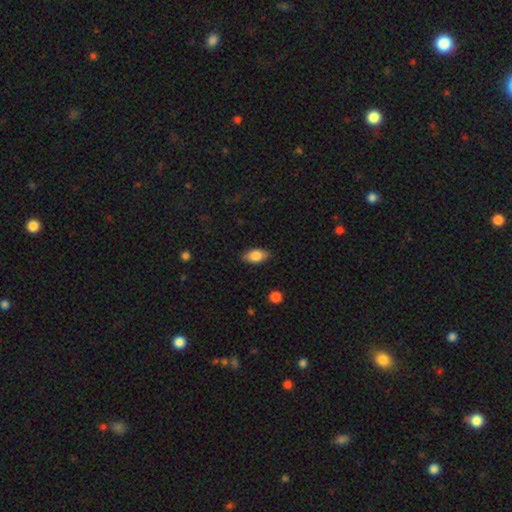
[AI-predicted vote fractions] smooth-or-featured: smooth: 81% | featured or disk: 12% | star or artifact: 7%
  how-rounded: in between: 91% | round: 5% | cigar-shaped: 4%
  merging: none: 85% | minor disturbance: 11% | major disturbance: 2% | merger: 1%